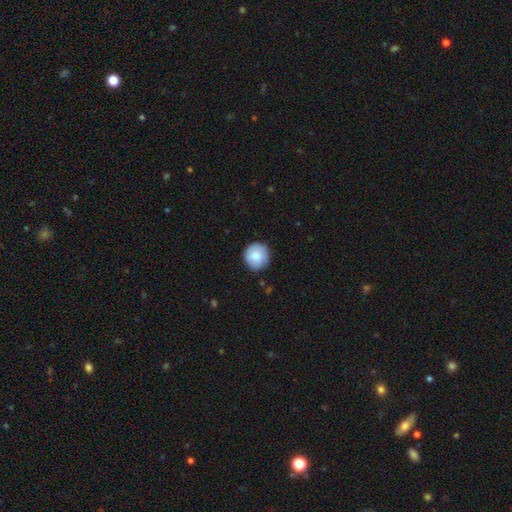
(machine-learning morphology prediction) The model was most divided on "smooth or featured": smooth: 84%, featured or disk: 9%, star or artifact: 7%. More confident: how rounded — round (93%); merging — none (87%).